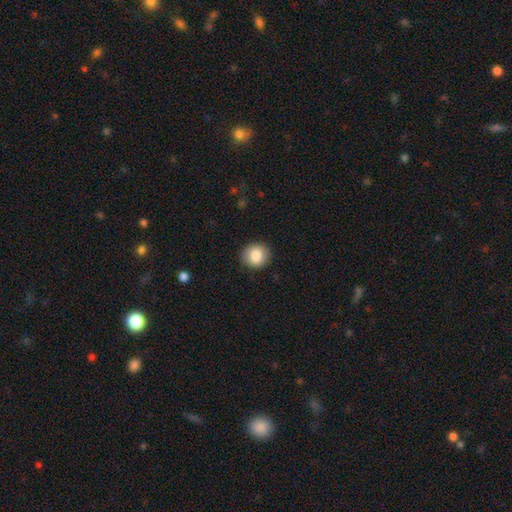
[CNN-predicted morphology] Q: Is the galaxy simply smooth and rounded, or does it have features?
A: smooth — 85%.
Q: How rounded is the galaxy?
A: round — 84%.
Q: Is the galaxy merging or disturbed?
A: none — 90%.